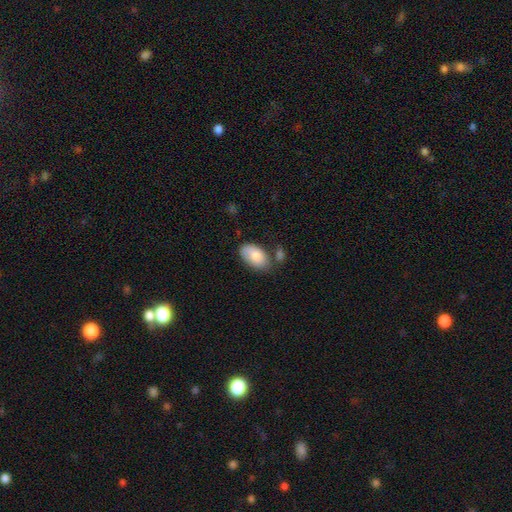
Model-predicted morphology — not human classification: This appears to be a smooth galaxy with no disk features (82%) that is in between round and cigar-shaped (94%). Merging: none (59%).